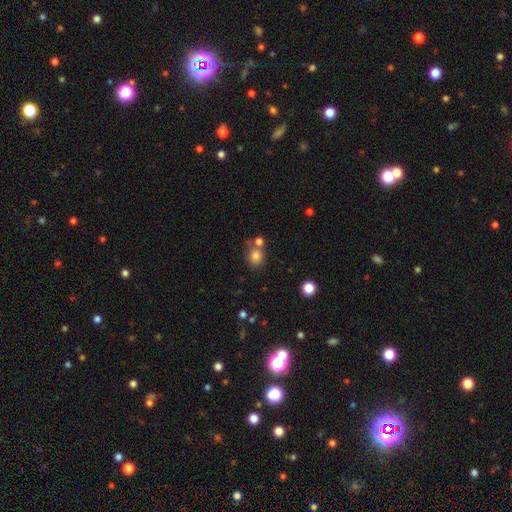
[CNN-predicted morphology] Smooth or featured? smooth (81%)
How rounded? round (77%)
Merging? none (59%)